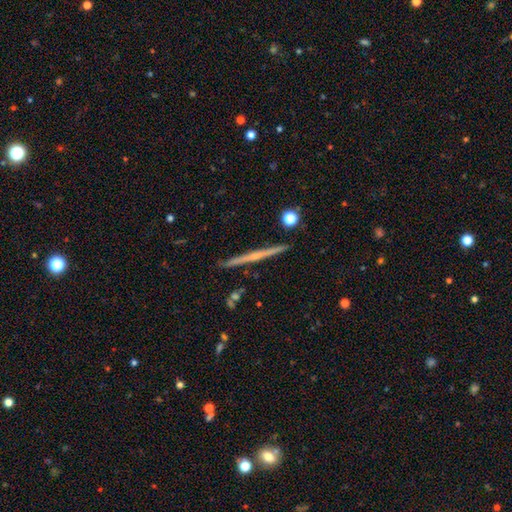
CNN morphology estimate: Smooth or featured: featured or disk — 75% (smooth — 19%)
Edge-on disk: yes — 98% (no — 2%)
Edge-on bulge: rounded — 52% (none — 43%)
Merging: none — 91% (minor disturbance — 6%)